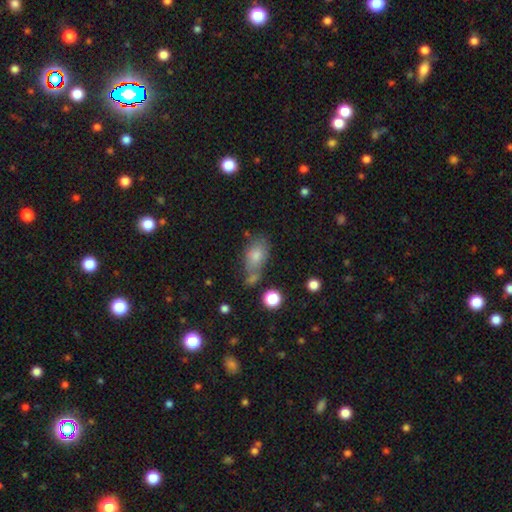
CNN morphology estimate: smooth-or-featured: smooth: 72% | featured or disk: 15% | star or artifact: 13%
  how-rounded: in between: 83% | round: 12% | cigar-shaped: 5%
  merging: none: 56% | minor disturbance: 21% | merger: 16% | major disturbance: 7%